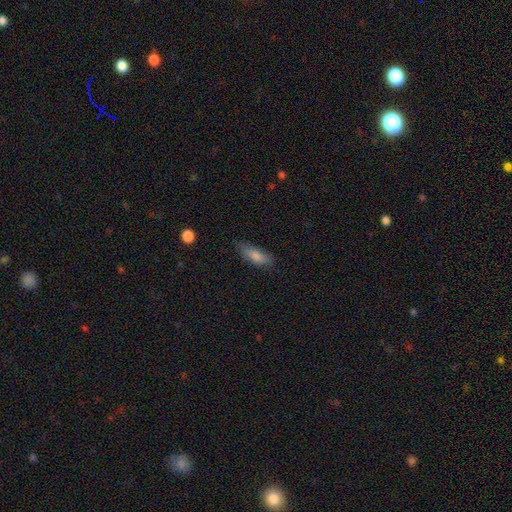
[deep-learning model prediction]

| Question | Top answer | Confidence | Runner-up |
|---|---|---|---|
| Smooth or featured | smooth | 77% | featured or disk (15%) |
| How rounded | in between | 51% | cigar-shaped (47%) |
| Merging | none | 75% | minor disturbance (20%) |